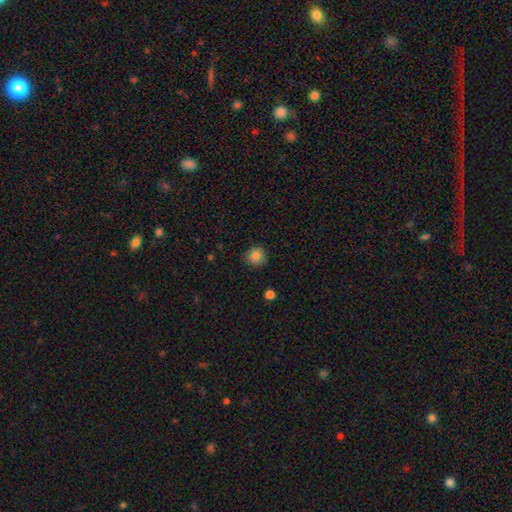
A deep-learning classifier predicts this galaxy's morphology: Overall: smooth (84%). How rounded: round (91%). Merging: none (88%).